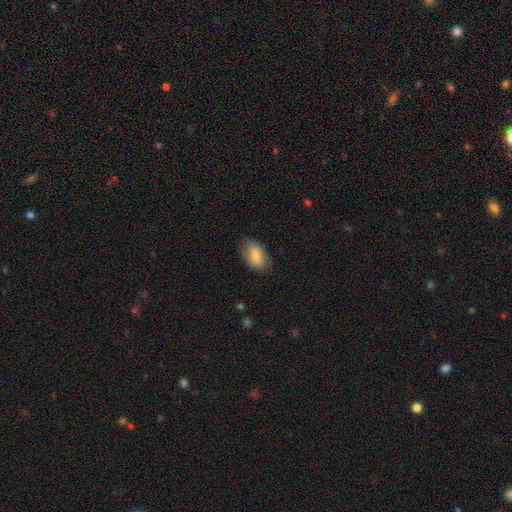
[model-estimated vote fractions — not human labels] smooth-or-featured: smooth: 82% | featured or disk: 11% | star or artifact: 7%
  how-rounded: in between: 91% | round: 7% | cigar-shaped: 2%
  merging: none: 74% | minor disturbance: 20% | major disturbance: 5% | merger: 1%